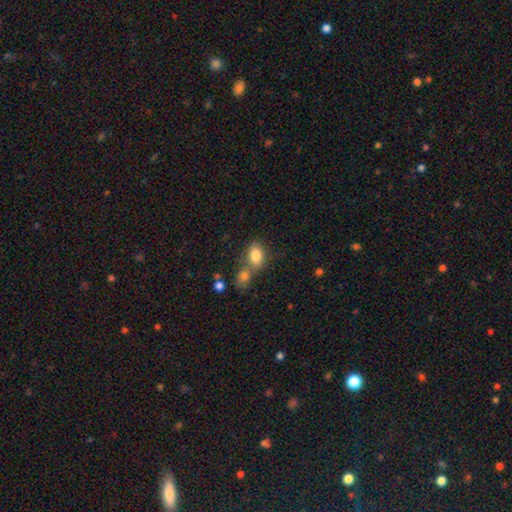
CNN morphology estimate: Smooth or featured?
  - smooth: 82% *
  - star or artifact: 9%
  - featured or disk: 9%
How rounded?
  - in between: 84% *
  - round: 14%
  - cigar-shaped: 2%
Merging?
  - none: 48% *
  - merger: 36%
  - minor disturbance: 11%
  - major disturbance: 4%